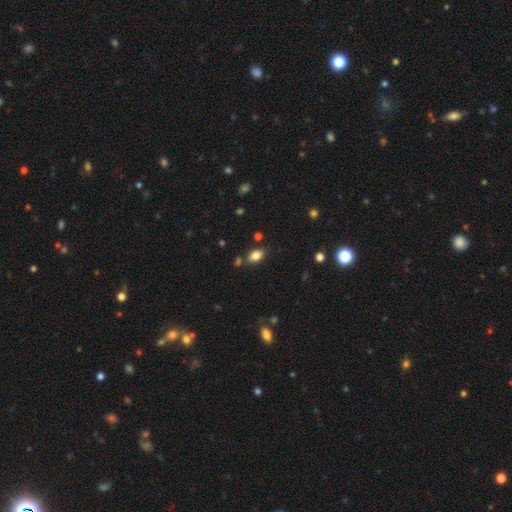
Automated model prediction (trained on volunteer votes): smooth_or_featured: smooth (p=0.83) [alt: star or artifact p=0.10]
how_rounded: in between (p=0.83) [alt: round p=0.15]
merging: none (p=0.77) [alt: minor disturbance p=0.12]